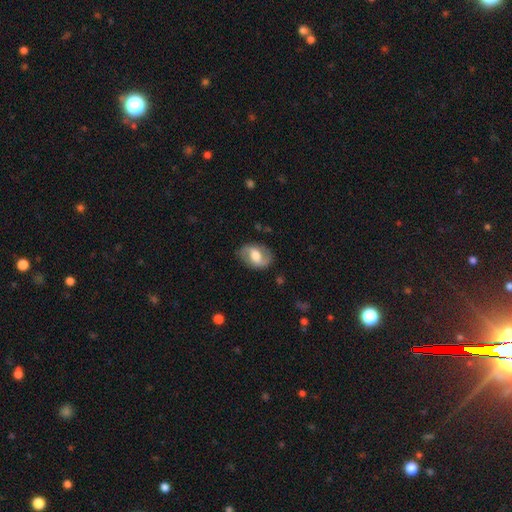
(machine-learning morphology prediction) This is likely a featured or disk galaxy (61%). It is clearly not viewed edge-on (96%). Bar: possibly weak (45%). Spiral arm pattern: clearly yes (81%). Central bulge: possibly moderate (56%). Merging: likely none (79%).